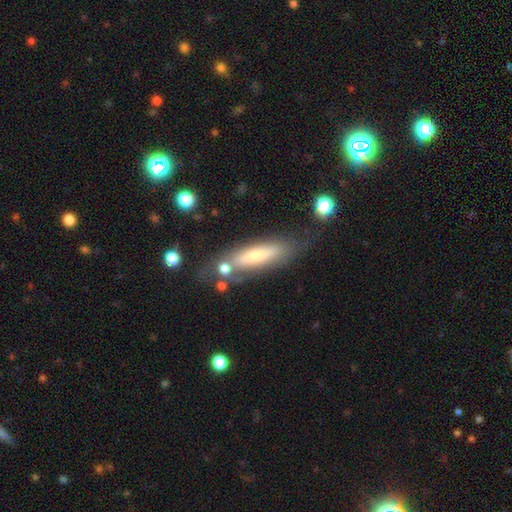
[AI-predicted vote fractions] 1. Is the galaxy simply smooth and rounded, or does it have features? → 57% smooth, 36% featured or disk, 7% star or artifact.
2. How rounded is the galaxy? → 66% cigar-shaped, 32% in between, 2% round.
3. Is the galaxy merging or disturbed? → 61% none, 19% minor disturbance, 11% merger, 8% major disturbance.